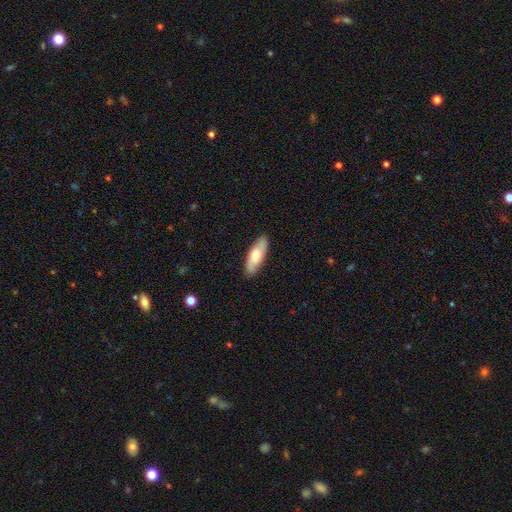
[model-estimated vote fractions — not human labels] Smooth or featured? smooth (57%)
How rounded? in between (63%)
Merging? none (86%)